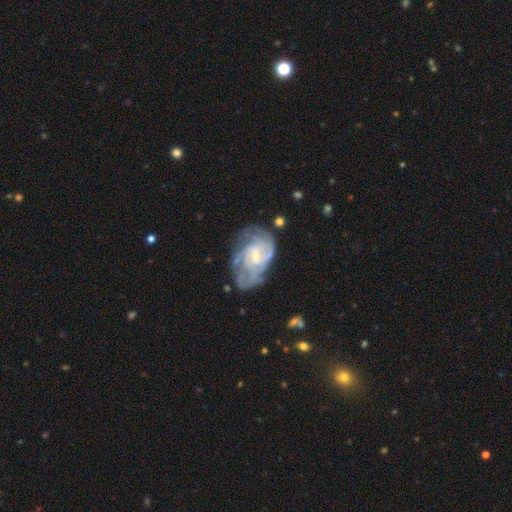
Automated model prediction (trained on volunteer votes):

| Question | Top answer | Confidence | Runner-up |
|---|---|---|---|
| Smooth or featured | featured or disk | 77% | smooth (15%) |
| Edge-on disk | no | 97% | yes (3%) |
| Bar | no | 47% | weak (45%) |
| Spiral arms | yes | 83% | no (17%) |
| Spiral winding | tight | 49% | medium (37%) |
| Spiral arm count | can't tell | 50% | 2 (18%) |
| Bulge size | small | 59% | moderate (30%) |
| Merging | none | 53% | minor disturbance (26%) |